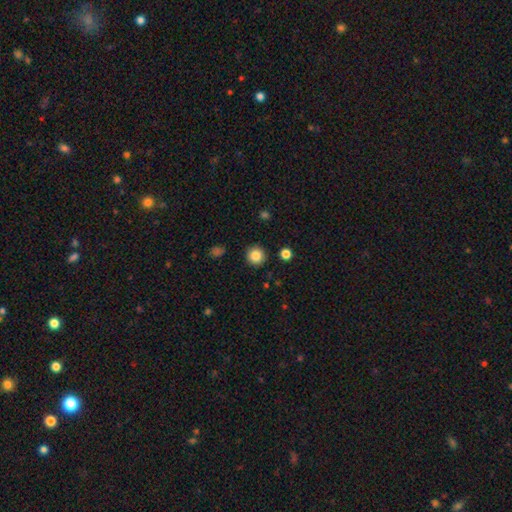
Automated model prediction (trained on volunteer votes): Smooth or featured?
  - smooth: 85% *
  - star or artifact: 10%
  - featured or disk: 5%
How rounded?
  - round: 95% *
  - in between: 4%
  - cigar-shaped: 1%
Merging?
  - none: 92% *
  - minor disturbance: 5%
  - major disturbance: 2%
  - merger: 2%